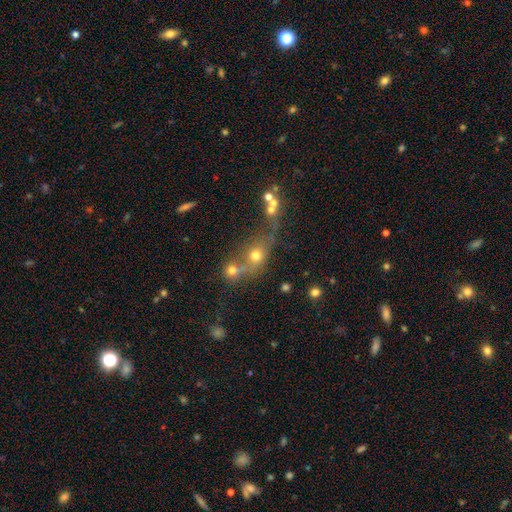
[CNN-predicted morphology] A smooth galaxy with no disk features (62%) that is round (59%). Merging: merger (43%).